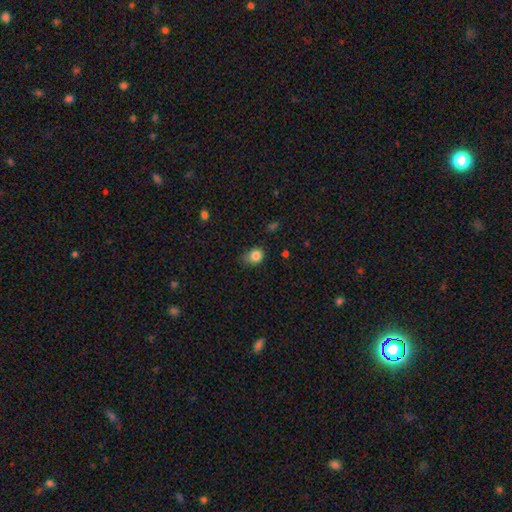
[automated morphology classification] smooth 84%, star or artifact 11%, featured or disk 6%. Down the decision tree: how rounded — round (61%); merging — none (63%).